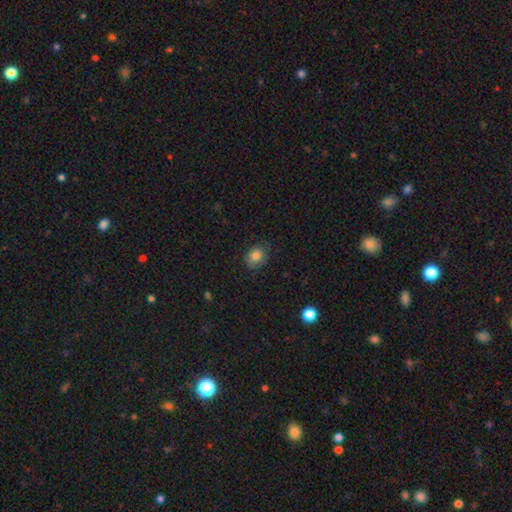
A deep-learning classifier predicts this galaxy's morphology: smooth 82%, star or artifact 10%, featured or disk 8%. Down the decision tree: how rounded — round (52%); merging — none (77%).